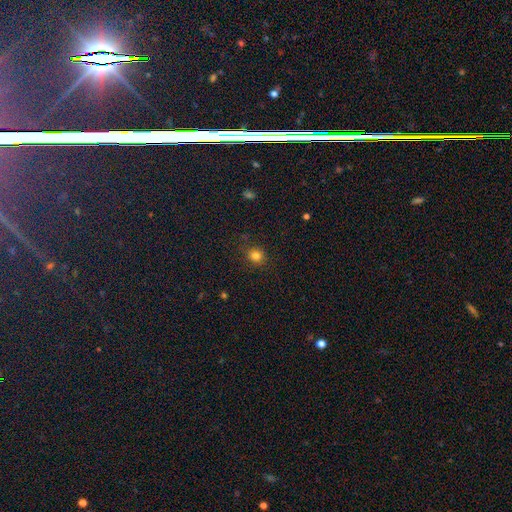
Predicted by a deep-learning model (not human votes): Morphology: type=smooth (81%); roundness=round (83%); merging=none (86%).